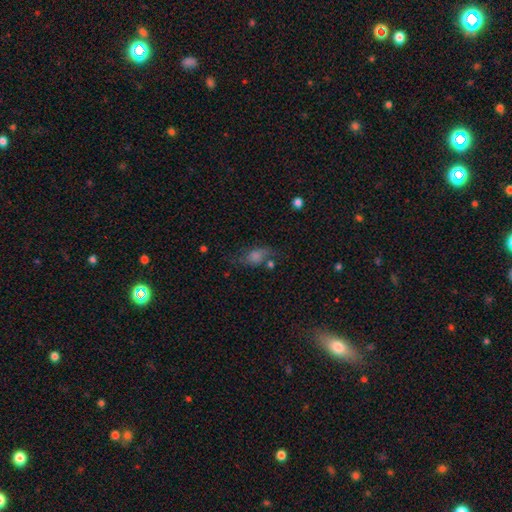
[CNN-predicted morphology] type=smooth (39%); merging=none (55%).